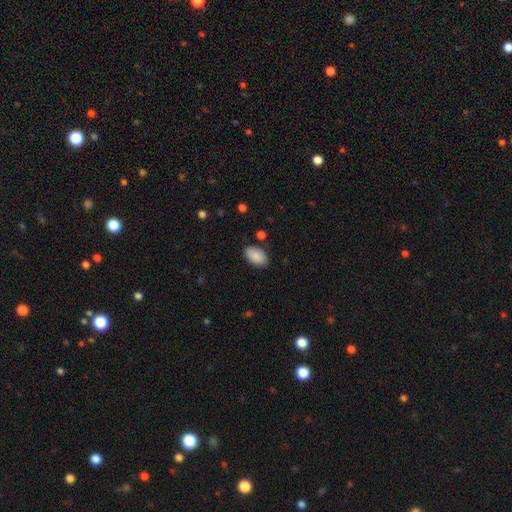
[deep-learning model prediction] A smooth galaxy with no disk features (89%) that is in between round and cigar-shaped (94%). Merging: none (85%).